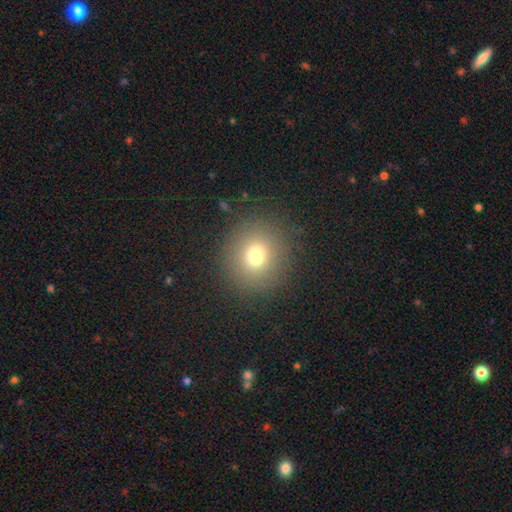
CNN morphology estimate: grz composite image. It shows a smooth galaxy with no disk features (73%) that is round (90%). Merging: none (88%).